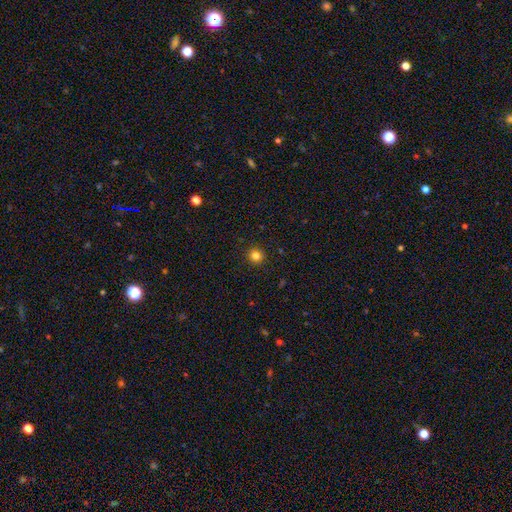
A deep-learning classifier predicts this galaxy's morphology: Smooth or featured: smooth — 82% (star or artifact — 13%)
How rounded: round — 93% (in between — 6%)
Merging: none — 92% (minor disturbance — 5%)